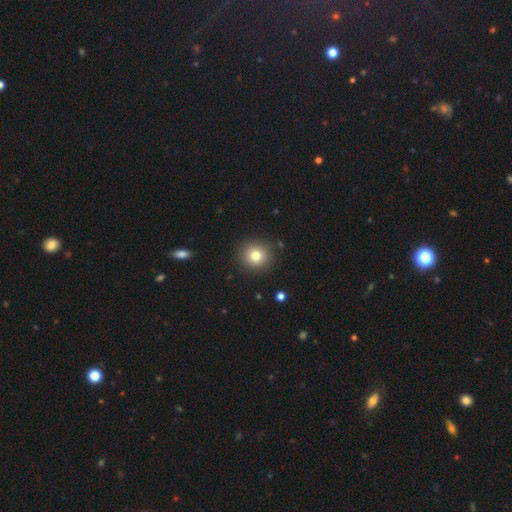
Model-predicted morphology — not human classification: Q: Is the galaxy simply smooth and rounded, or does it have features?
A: smooth — 79%.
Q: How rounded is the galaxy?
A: round — 90%.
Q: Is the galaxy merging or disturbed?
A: none — 90%.